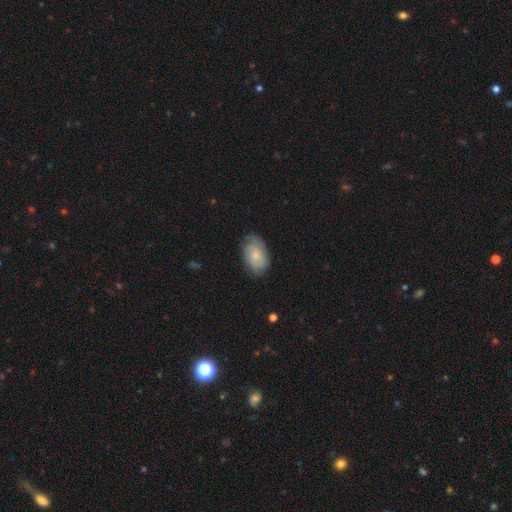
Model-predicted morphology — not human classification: A smooth galaxy with no disk features (56%) that is in between round and cigar-shaped (89%). Merging: none (73%).